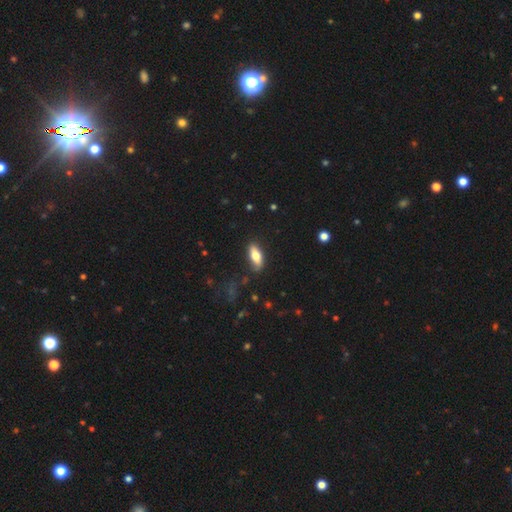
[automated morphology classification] A smooth galaxy with no disk features (69%) that is in between round and cigar-shaped (75%).

Vote fractions:
- Smooth or featured? smooth: 69% / featured or disk: 25% / star or artifact: 6%
- How rounded? in between: 75% / cigar-shaped: 22% / round: 3%
- Merging? none: 81% / minor disturbance: 14% / major disturbance: 3% / merger: 2%